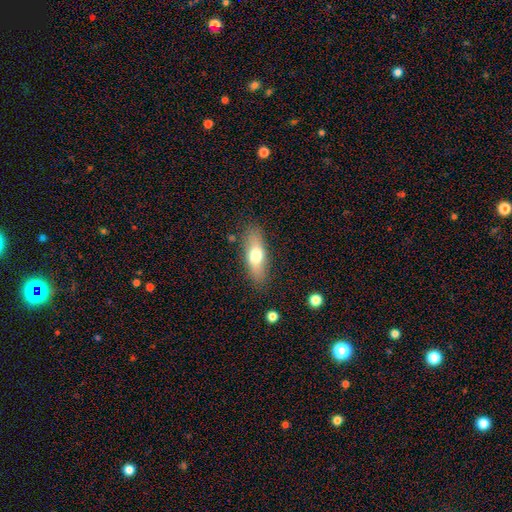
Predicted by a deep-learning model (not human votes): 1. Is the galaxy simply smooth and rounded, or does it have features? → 64% smooth, 29% featured or disk, 7% star or artifact.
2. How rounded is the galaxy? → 58% in between, 38% cigar-shaped, 3% round.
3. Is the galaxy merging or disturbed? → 83% none, 12% minor disturbance, 3% major disturbance, 2% merger.